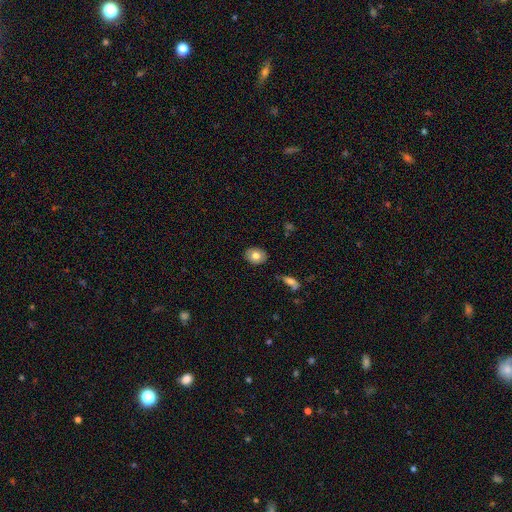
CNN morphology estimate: Overall: smooth (75%). How rounded: in between (58%; round 41%). Merging: none (86%).